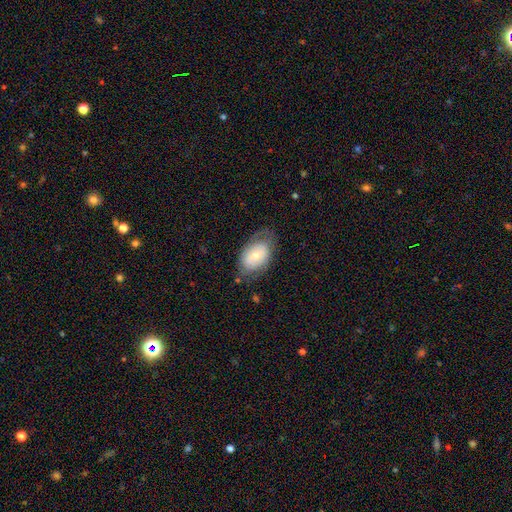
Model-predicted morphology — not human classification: Smooth or featured? smooth (56%)
How rounded? in between (86%)
Merging? none (60%)